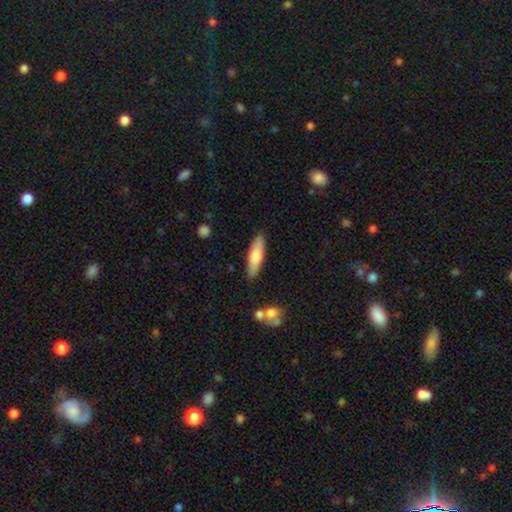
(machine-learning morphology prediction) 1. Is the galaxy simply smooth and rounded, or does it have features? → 64% smooth, 30% featured or disk, 5% star or artifact.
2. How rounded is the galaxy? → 64% cigar-shaped, 34% in between, 2% round.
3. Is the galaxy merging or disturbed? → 87% none, 9% minor disturbance, 2% merger, 2% major disturbance.